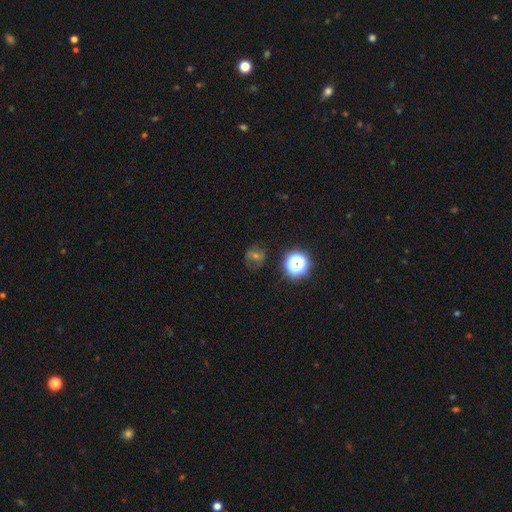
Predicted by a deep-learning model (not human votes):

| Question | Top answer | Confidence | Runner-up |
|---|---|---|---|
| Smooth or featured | smooth | 39% | star or artifact (38%) |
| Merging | none | 72% | minor disturbance (16%) |